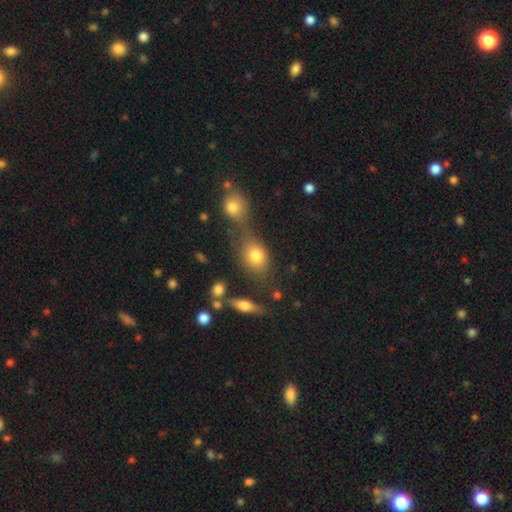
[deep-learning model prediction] Overall: smooth (77%). How rounded: in between (56%; round 41%). Merging: none (45%; merger 38%).